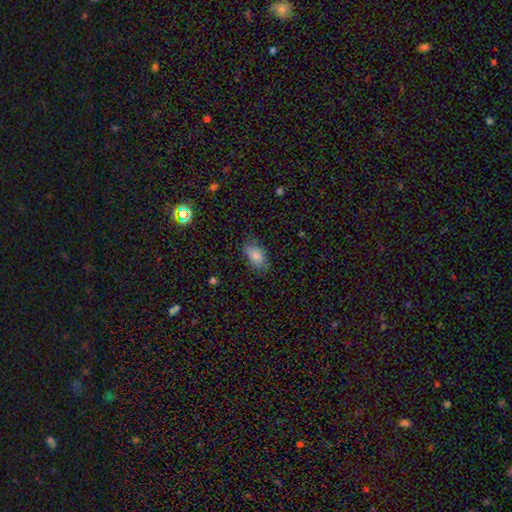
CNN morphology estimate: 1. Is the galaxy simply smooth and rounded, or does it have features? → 84% smooth, 8% star or artifact, 7% featured or disk.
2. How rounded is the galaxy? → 91% in between, 5% round, 4% cigar-shaped.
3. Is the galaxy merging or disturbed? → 76% none, 18% minor disturbance, 4% major disturbance, 1% merger.